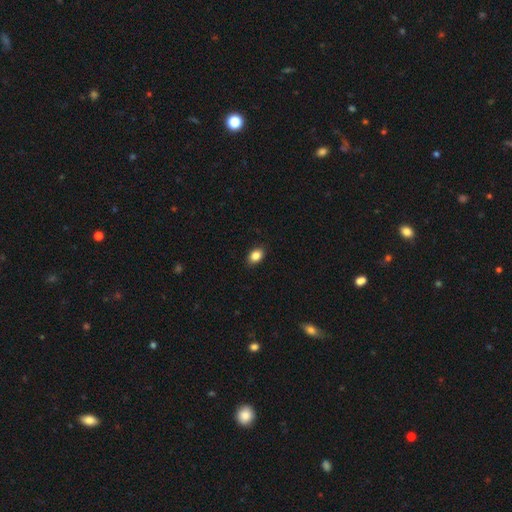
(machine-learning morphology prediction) Smooth or featured? smooth (87%)
How rounded? in between (84%)
Merging? none (89%)